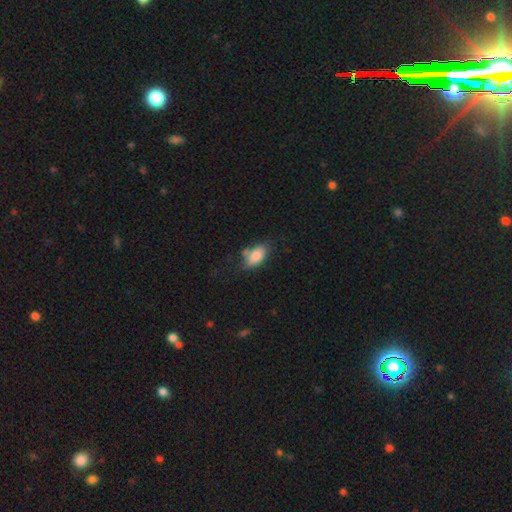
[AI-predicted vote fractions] smooth_or_featured: smooth (p=0.84) [alt: featured or disk p=0.09]
how_rounded: in between (p=0.90) [alt: cigar-shaped p=0.05]
merging: none (p=0.54) [alt: minor disturbance p=0.27]